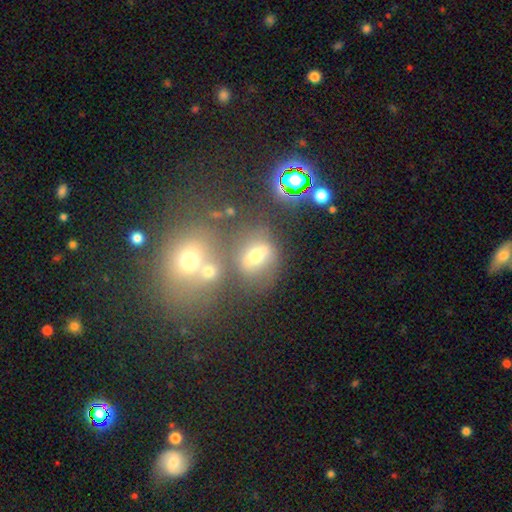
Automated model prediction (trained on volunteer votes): A smooth galaxy with no disk features (54%) that is in between round and cigar-shaped (50%). Merging: none (52%).